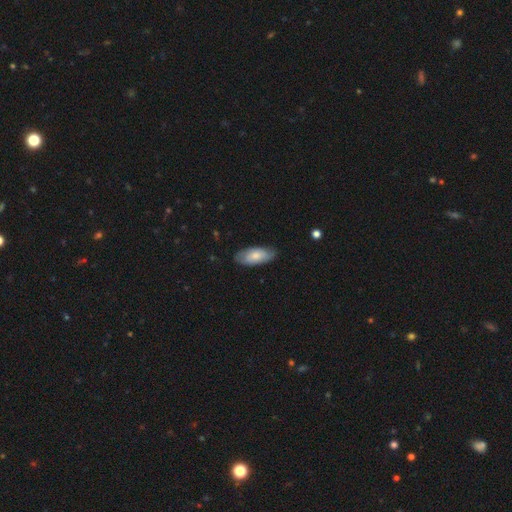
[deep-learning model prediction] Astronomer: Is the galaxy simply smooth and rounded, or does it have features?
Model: smooth — 71%.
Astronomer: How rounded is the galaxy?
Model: in between — 88%.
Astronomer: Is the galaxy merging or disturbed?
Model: none — 78%.